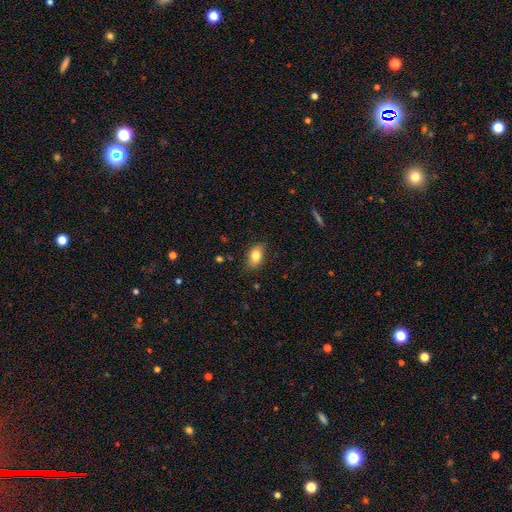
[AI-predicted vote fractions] A smooth galaxy with no disk features (82%) that is in between round and cigar-shaped (88%). Merging: none (83%).